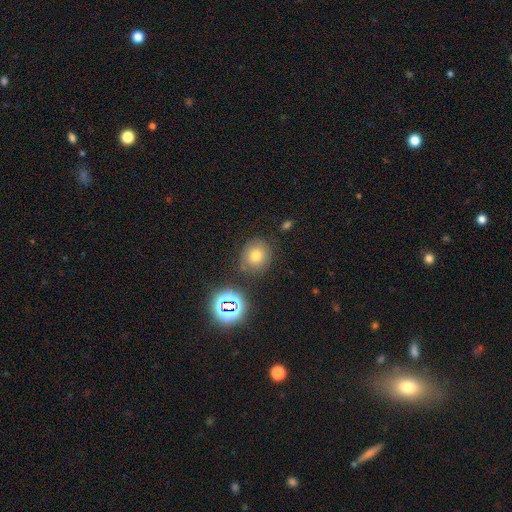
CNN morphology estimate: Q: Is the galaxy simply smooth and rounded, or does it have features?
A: smooth — 66%.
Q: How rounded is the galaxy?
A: round — 81%.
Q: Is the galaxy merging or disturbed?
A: none — 78%.